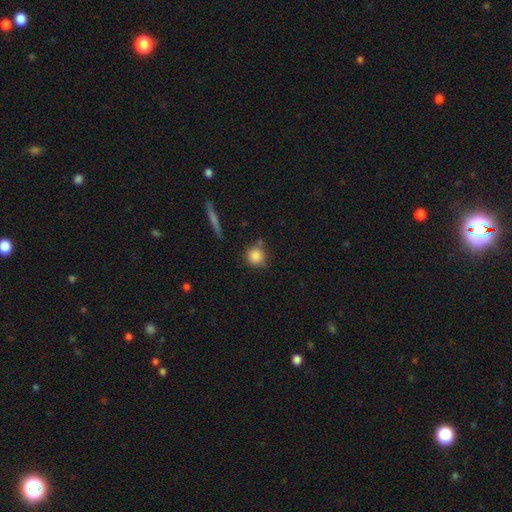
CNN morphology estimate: A smooth galaxy with no disk features (85%) that is round (91%). Merging: none (72%).